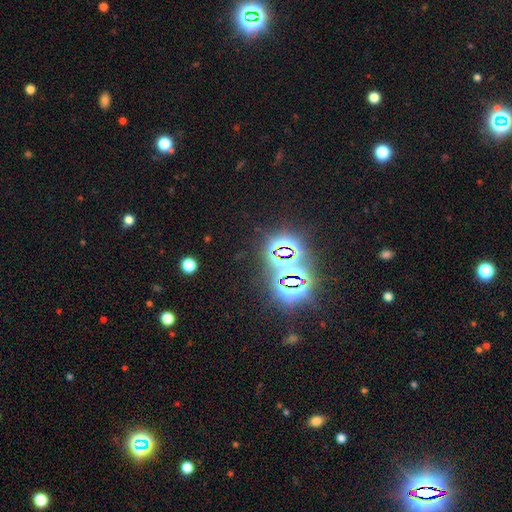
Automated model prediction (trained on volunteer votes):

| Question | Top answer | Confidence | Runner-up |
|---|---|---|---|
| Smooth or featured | star or artifact | 81% | smooth (11%) |